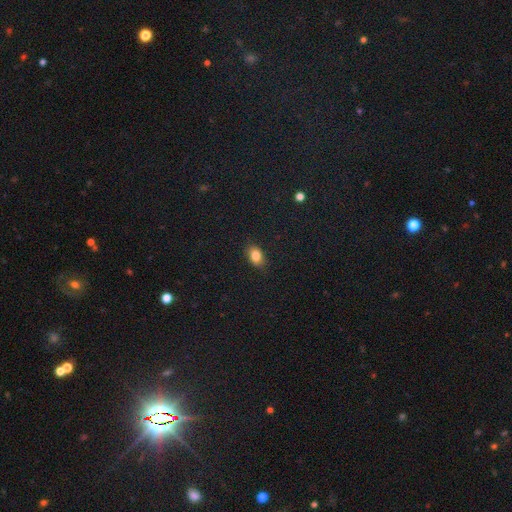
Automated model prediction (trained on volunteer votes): Smooth or featured? smooth (83%)
How rounded? in between (77%)
Merging? none (87%)